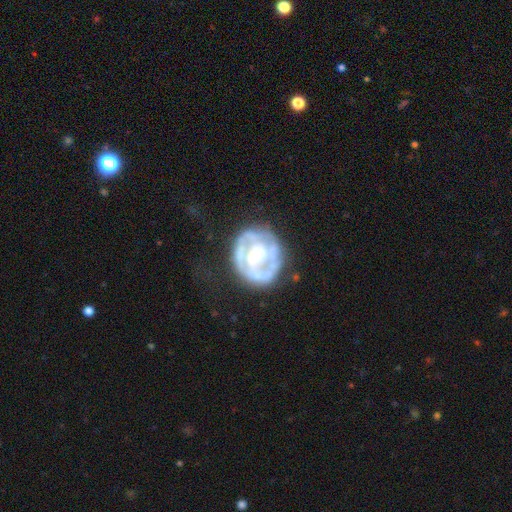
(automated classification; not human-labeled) The model was most divided on "bulge size": small: 46%, moderate: 39%, large: 8%, none: 6%, dominant: 2%. More confident: edge-on disk — no (98%); smooth or featured — featured or disk (78%); spiral arms — yes (66%); bar — no (65%); merging — none (61%).